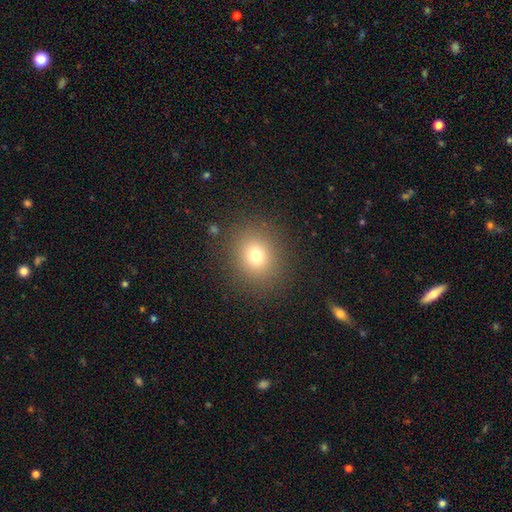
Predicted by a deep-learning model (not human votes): The model was most divided on "smooth or featured": smooth: 73%, star or artifact: 17%, featured or disk: 10%. More confident: merging — none (87%); how rounded — round (78%).